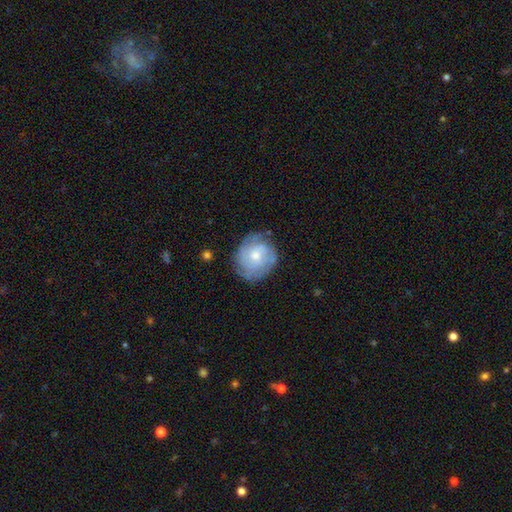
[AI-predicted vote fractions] smooth_or_featured: featured or disk (p=0.63) [alt: smooth p=0.30]
disk_edge_on: no (p=0.97) [alt: yes p=0.03]
bar: no (p=0.75) [alt: weak p=0.22]
has_spiral_arms: yes (p=0.85) [alt: no p=0.15]
spiral_winding: tight (p=0.57) [alt: medium p=0.32]
spiral_arm_count: can't tell (p=0.44) [alt: 2 p=0.20]
bulge_size: small (p=0.48) [alt: moderate p=0.46]
merging: none (p=0.71) [alt: minor disturbance p=0.21]